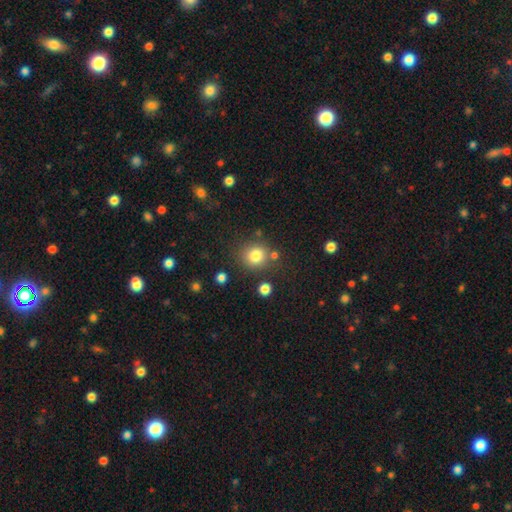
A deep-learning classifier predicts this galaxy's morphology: This is clearly a smooth galaxy (81%). How rounded: clearly round (85%). Merging: likely none (78%).